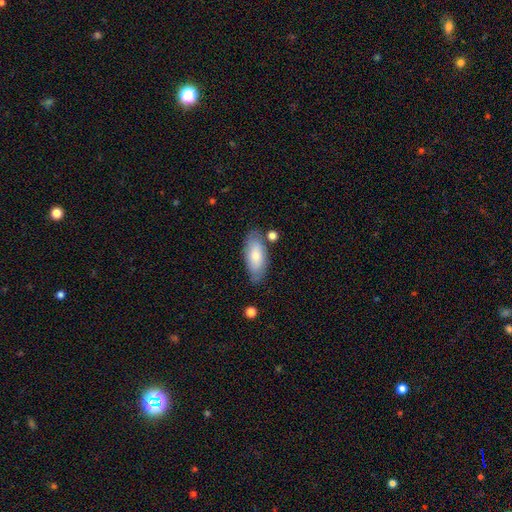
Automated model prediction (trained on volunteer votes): smooth 75%, featured or disk 19%, star or artifact 6%. Down the decision tree: how rounded — in between (84%); merging — none (71%).